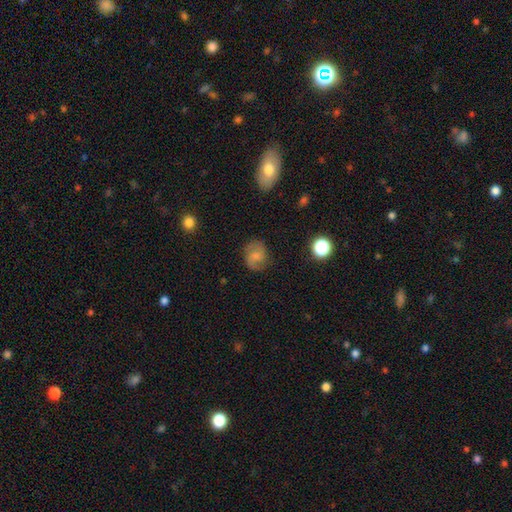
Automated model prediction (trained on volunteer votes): This appears to be a featured or disk galaxy (53%) with no bar (50%), spiral arms (90%) and a small central bulge (32%). Merging: none (77%).